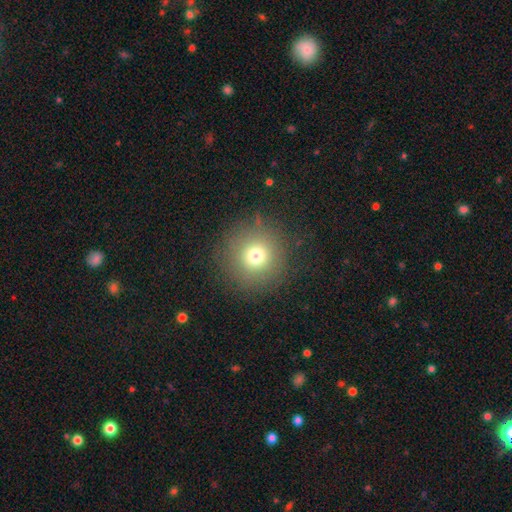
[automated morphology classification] Smooth or featured?
  - smooth: 73% *
  - star or artifact: 16%
  - featured or disk: 11%
How rounded?
  - round: 95% *
  - in between: 4%
  - cigar-shaped: 1%
Merging?
  - none: 86% *
  - minor disturbance: 8%
  - major disturbance: 5%
  - merger: 1%